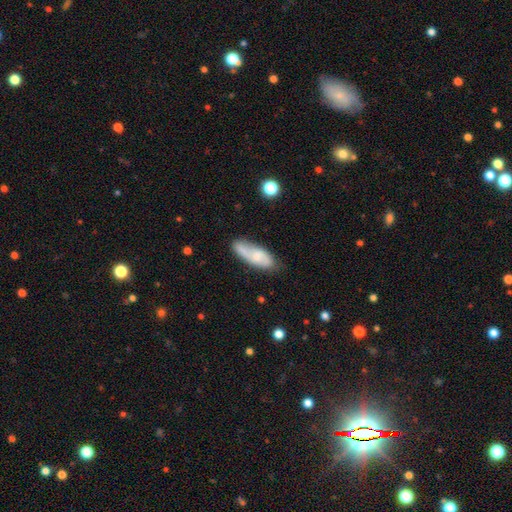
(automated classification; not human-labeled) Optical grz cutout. It shows a smooth galaxy with no disk features (54%) that is in between round and cigar-shaped (68%). Merging: none (64%).